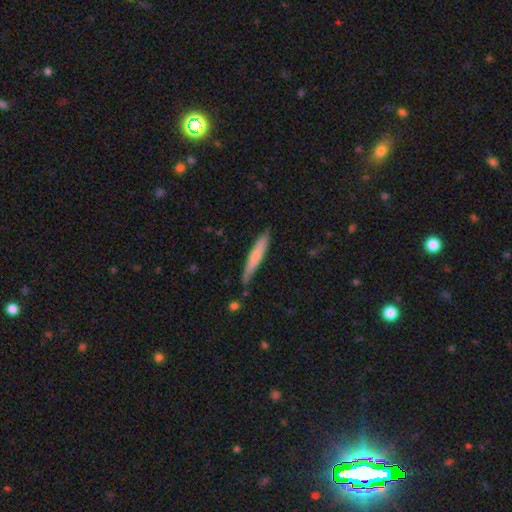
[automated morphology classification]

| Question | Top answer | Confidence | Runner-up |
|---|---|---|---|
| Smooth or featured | smooth | 69% | featured or disk (25%) |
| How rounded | cigar-shaped | 94% | in between (5%) |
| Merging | none | 79% | minor disturbance (16%) |